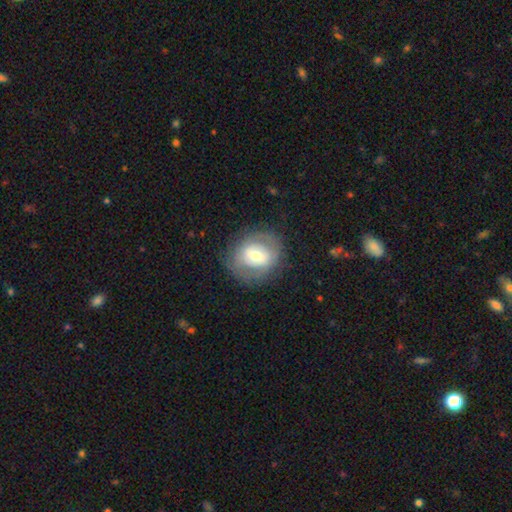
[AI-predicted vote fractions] Morphology: type=featured or disk (49%); merging=none (76%).